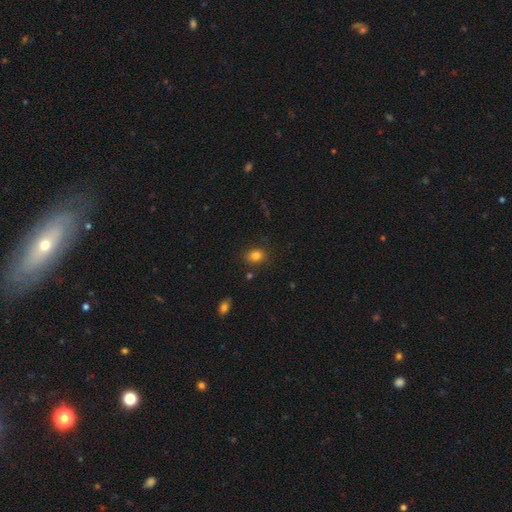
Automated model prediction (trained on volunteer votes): Smooth or featured?
  - smooth: 83% *
  - star or artifact: 11%
  - featured or disk: 6%
How rounded?
  - in between: 54% *
  - round: 45%
  - cigar-shaped: 1%
Merging?
  - none: 83% *
  - minor disturbance: 11%
  - major disturbance: 3%
  - merger: 3%